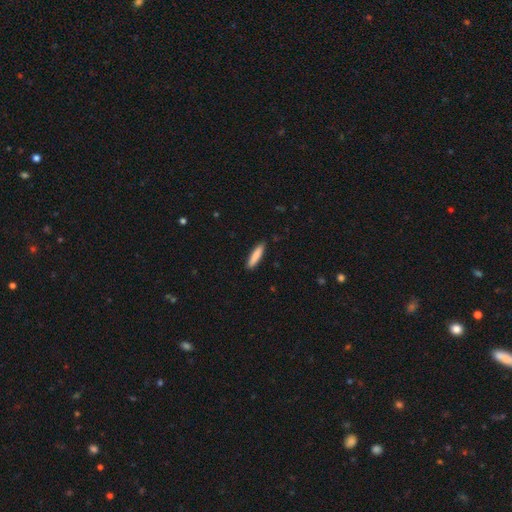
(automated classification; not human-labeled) Smooth or featured?
  - smooth: 85% *
  - featured or disk: 10%
  - star or artifact: 6%
How rounded?
  - cigar-shaped: 85% *
  - in between: 14%
  - round: 1%
Merging?
  - none: 89% *
  - minor disturbance: 8%
  - major disturbance: 2%
  - merger: 1%